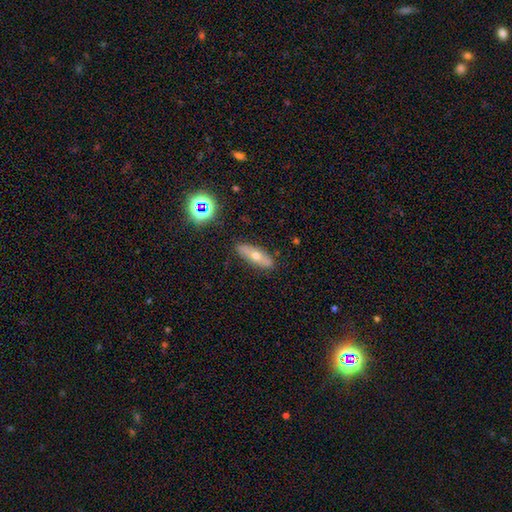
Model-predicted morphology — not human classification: Smooth or featured: smooth — 52% (featured or disk — 38%)
How rounded: in between — 48% (tied with cigar-shaped — 48%)
Merging: none — 86% (minor disturbance — 10%)